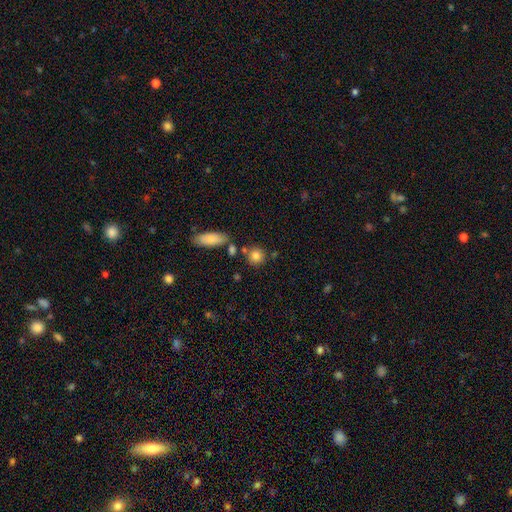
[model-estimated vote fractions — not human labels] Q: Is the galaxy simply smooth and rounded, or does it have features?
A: smooth — 81%.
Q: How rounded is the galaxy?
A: round — 86%.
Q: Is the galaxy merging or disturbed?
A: none — 74%.